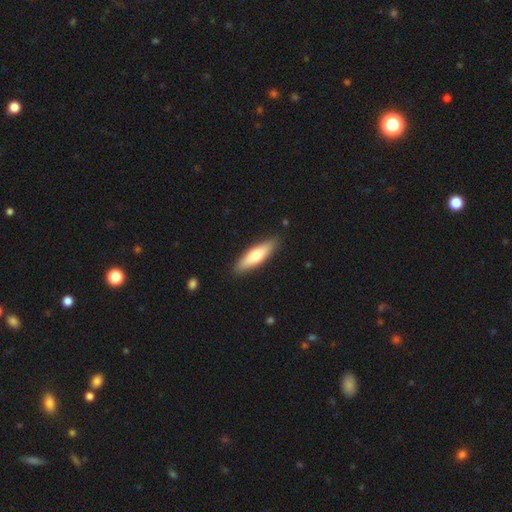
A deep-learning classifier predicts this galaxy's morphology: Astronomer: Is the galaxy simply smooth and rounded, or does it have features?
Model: smooth — 65%.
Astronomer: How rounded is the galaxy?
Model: cigar-shaped — 59% (runner-up: in between, 39%).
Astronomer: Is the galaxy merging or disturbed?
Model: none — 89%.